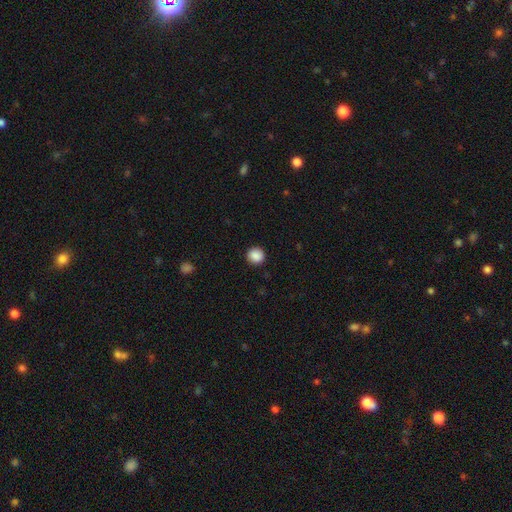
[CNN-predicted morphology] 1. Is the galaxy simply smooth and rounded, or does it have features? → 88% smooth, 9% star or artifact, 3% featured or disk.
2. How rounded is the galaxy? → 91% round, 8% in between, 1% cigar-shaped.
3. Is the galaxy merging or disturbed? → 91% none, 6% minor disturbance, 2% major disturbance, 1% merger.